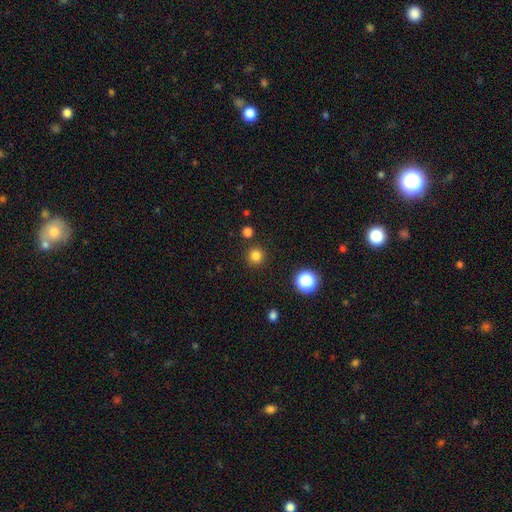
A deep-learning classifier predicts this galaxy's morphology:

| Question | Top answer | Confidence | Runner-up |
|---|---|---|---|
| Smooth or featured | smooth | 81% | star or artifact (15%) |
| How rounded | round | 95% | in between (4%) |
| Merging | none | 89% | minor disturbance (6%) |